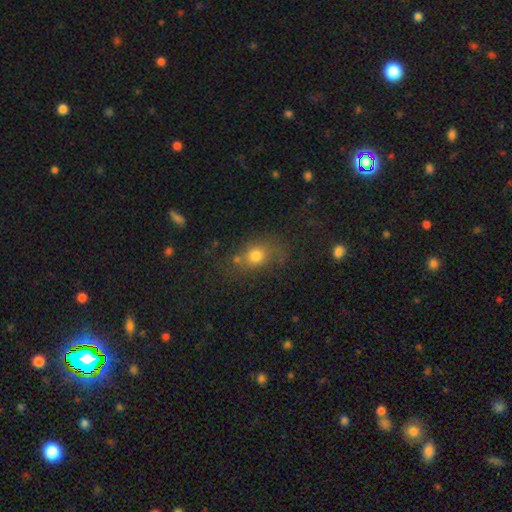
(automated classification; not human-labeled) Smooth or featured? smooth (72%)
How rounded? round (49%)
Merging? none (62%)